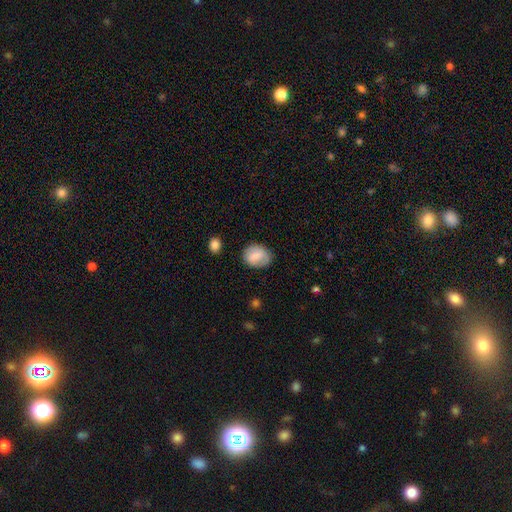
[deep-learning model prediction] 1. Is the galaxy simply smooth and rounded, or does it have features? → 67% smooth, 26% featured or disk, 7% star or artifact.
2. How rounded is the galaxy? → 53% in between, 46% round, 1% cigar-shaped.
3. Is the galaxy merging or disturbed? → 75% none, 18% minor disturbance, 5% major disturbance, 2% merger.